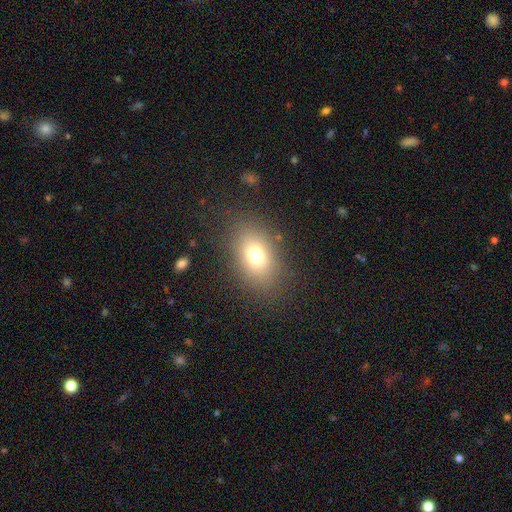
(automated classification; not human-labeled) Smooth or featured?
  - smooth: 74% *
  - star or artifact: 14%
  - featured or disk: 12%
How rounded?
  - in between: 75% *
  - round: 24%
  - cigar-shaped: 2%
Merging?
  - none: 83% *
  - minor disturbance: 10%
  - major disturbance: 6%
  - merger: 1%